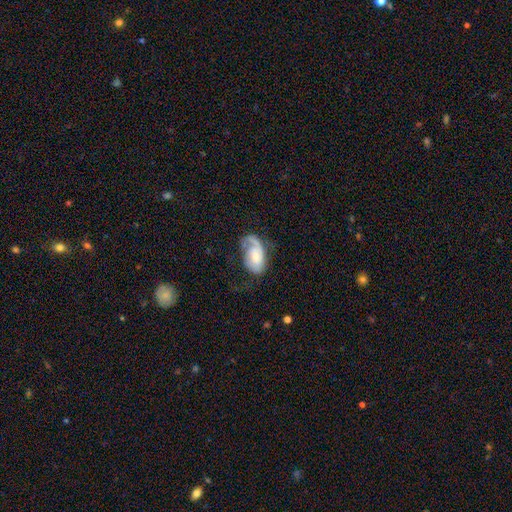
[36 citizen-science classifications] Volunteers were most divided on "bulge size": small: 52%, moderate: 39%, dominant: 4%, none: 4%, large: 0%. Remaining: edge-on disk — no (100%); spiral arms — yes (87%); bar — no (87%); spiral arm count — 1 (75%); smooth or featured — featured or disk (64%); spiral winding — medium (60%); merging — major disturbance (49%).